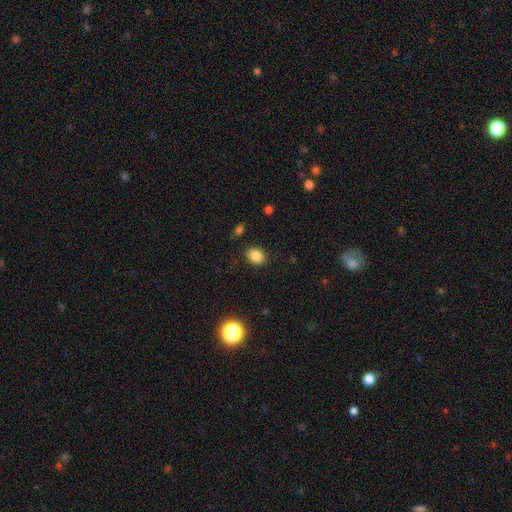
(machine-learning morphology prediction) The model was most divided on "how rounded": in between: 51%, round: 48%, cigar-shaped: 1%. More confident: merging — none (86%); smooth or featured — smooth (84%).